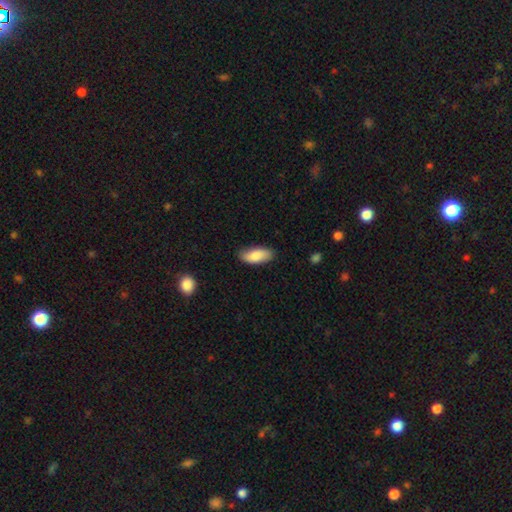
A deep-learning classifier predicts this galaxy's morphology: Smooth or featured: smooth — 84% (featured or disk — 10%)
How rounded: in between — 85% (cigar-shaped — 13%)
Merging: none — 83% (minor disturbance — 13%)